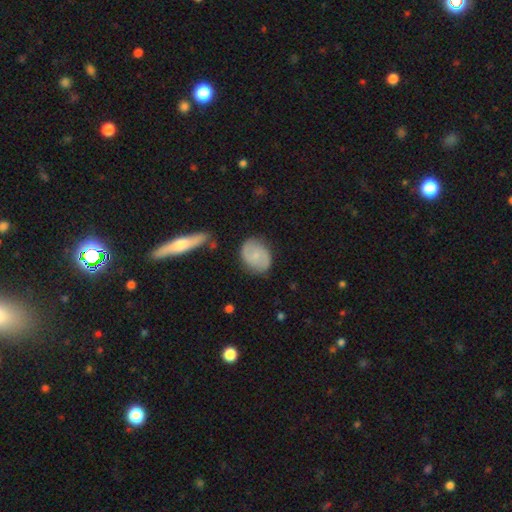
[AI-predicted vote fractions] A featured or disk galaxy (53%) with no bar (58%), spiral arms (84%) and a small central bulge (66%).

Vote fractions:
- Smooth or featured? featured or disk: 53% / smooth: 40% / star or artifact: 7%
- Edge-on disk? no: 96% / yes: 4%
- Bar? no: 58% / weak: 35% / strong: 7%
- Spiral arms? yes: 84% / no: 16%
- Bulge size? small: 66% / moderate: 20% / none: 11% / large: 1% / dominant: 1%
- Merging? none: 78% / minor disturbance: 15% / major disturbance: 4% / merger: 3%